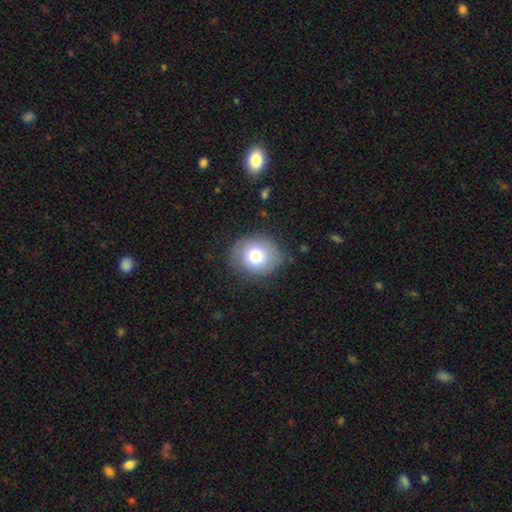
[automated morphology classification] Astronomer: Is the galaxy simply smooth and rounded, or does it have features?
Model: smooth — 75%.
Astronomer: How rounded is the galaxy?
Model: round — 76%.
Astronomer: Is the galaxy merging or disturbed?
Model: none — 80%.